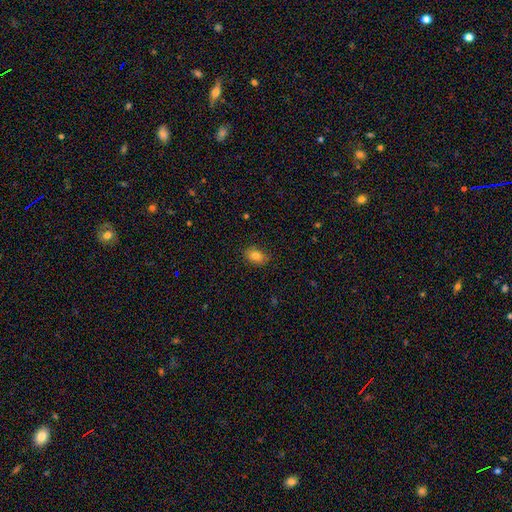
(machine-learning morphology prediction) smooth 82%, star or artifact 10%, featured or disk 8%. Down the decision tree: how rounded — in between (79%); merging — none (84%).